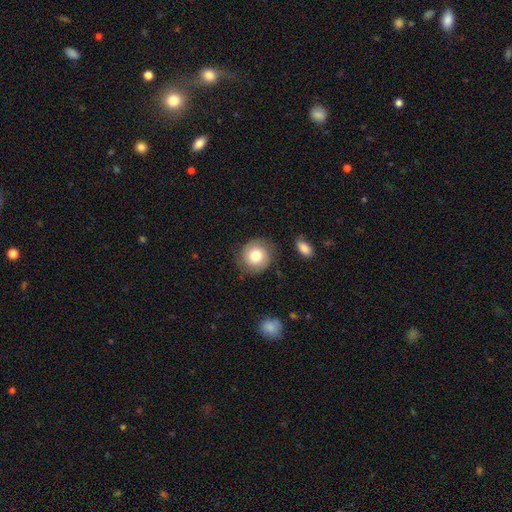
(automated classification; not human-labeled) Q: Smooth or featured?
A: smooth (72%); runner-up: featured or disk (19%)
Q: How rounded?
A: round (86%); runner-up: in between (13%)
Q: Merging?
A: none (81%); runner-up: minor disturbance (13%)